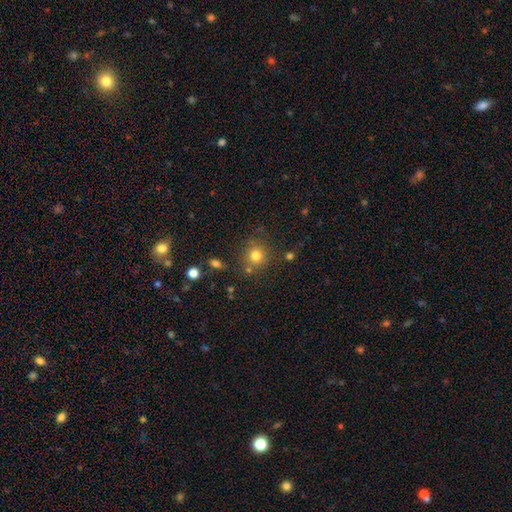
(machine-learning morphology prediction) smooth-or-featured: smooth: 79% | star or artifact: 14% | featured or disk: 8%
  how-rounded: round: 89% | in between: 11% | cigar-shaped: 1%
  merging: none: 77% | minor disturbance: 11% | merger: 8% | major disturbance: 4%